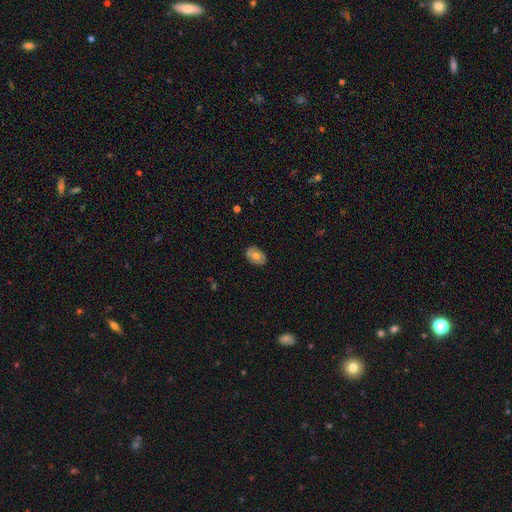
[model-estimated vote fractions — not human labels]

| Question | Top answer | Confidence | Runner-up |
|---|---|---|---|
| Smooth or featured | smooth | 57% | featured or disk (36%) |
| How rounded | in between | 80% | round (18%) |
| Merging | none | 82% | minor disturbance (14%) |